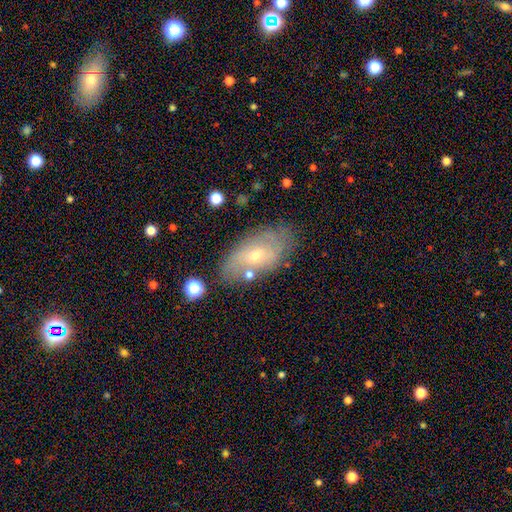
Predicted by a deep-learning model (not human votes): Smooth or featured?
  - featured or disk: 52% *
  - smooth: 39%
  - star or artifact: 9%
Edge-on disk?
  - no: 89% *
  - yes: 11%
Merging?
  - none: 71% *
  - minor disturbance: 18%
  - major disturbance: 6%
  - merger: 5%